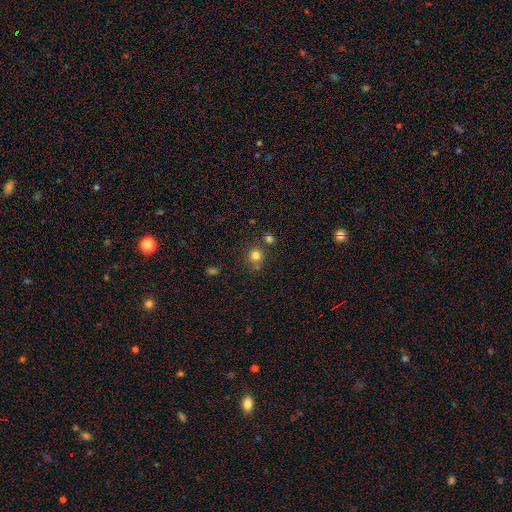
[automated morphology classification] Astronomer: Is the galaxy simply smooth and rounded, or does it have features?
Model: smooth — 80%.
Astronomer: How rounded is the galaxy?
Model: round — 88%.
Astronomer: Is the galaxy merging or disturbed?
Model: none — 69%.